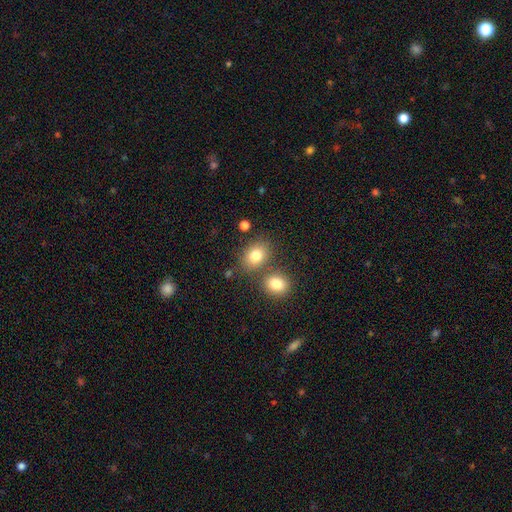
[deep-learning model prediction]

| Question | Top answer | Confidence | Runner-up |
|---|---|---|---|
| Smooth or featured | smooth | 81% | star or artifact (10%) |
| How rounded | in between | 59% | round (40%) |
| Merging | none | 65% | merger (20%) |